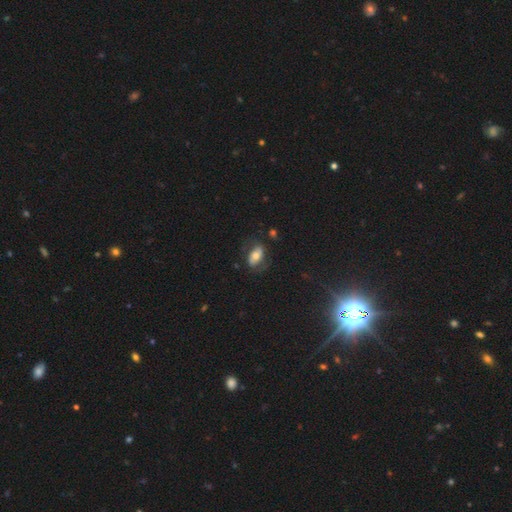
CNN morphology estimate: A smooth galaxy with no disk features (56%) that is in between round and cigar-shaped (89%).

Vote fractions:
- Smooth or featured? smooth: 56% / featured or disk: 36% / star or artifact: 8%
- How rounded? in between: 89% / round: 7% / cigar-shaped: 4%
- Merging? none: 68% / minor disturbance: 18% / major disturbance: 11% / merger: 2%